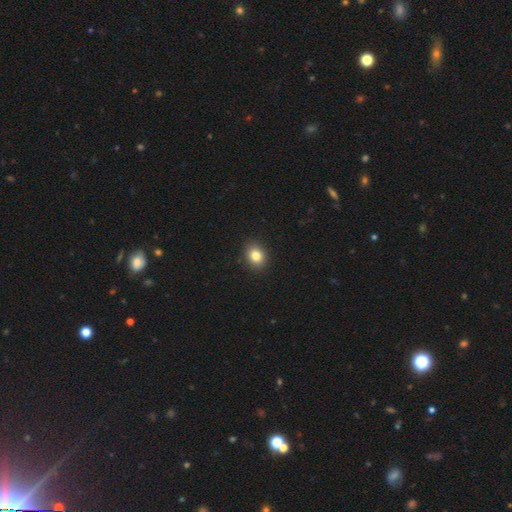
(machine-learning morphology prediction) Smooth or featured? Predicted: smooth (p=0.83). How rounded? Predicted: in between (p=0.50, tied with round). Merging? Predicted: none (p=0.90).